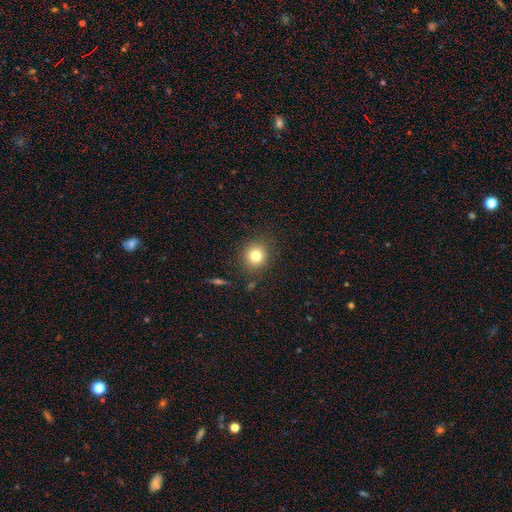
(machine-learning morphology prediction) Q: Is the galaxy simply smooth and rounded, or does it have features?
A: smooth — 79%.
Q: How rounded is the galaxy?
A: round — 89%.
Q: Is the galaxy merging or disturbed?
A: none — 87%.